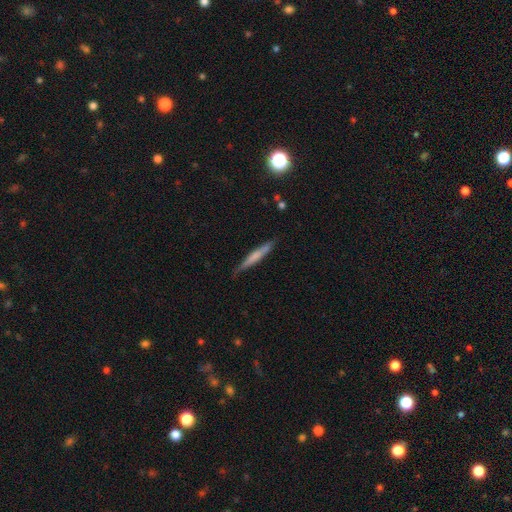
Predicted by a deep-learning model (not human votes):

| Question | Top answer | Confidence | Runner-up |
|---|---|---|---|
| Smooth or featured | smooth | 56% | featured or disk (39%) |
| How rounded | cigar-shaped | 95% | in between (4%) |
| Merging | none | 83% | minor disturbance (13%) |